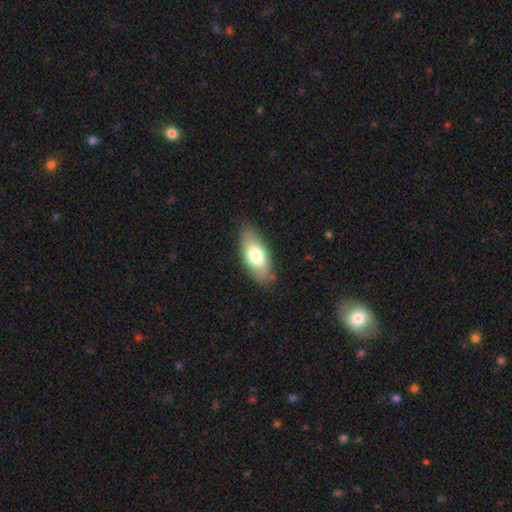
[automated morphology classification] A smooth galaxy with no disk features (72%) that is in between round and cigar-shaped (87%). Merging: none (83%).